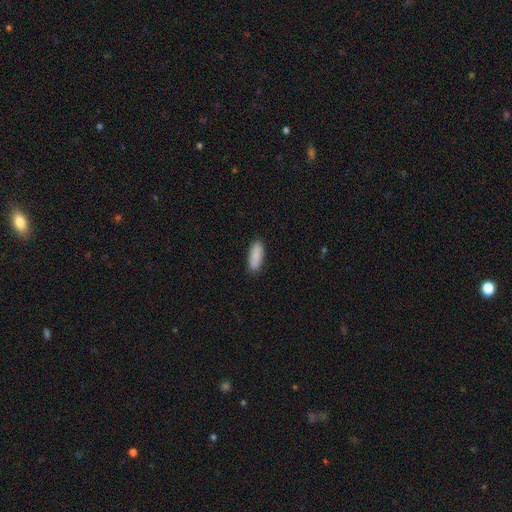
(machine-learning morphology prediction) A smooth galaxy with no disk features (90%) that is in between round and cigar-shaped (76%). Merging: none (88%).